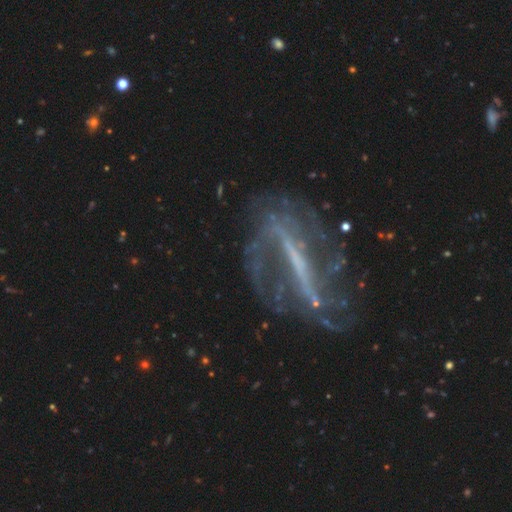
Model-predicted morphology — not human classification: smooth-or-featured: featured or disk: 81% | star or artifact: 11% | smooth: 8%
  disk-edge-on: no: 80% | yes: 20%
    bar: strong: 71% | weak: 19% | no: 10%
    has-spiral-arms: yes: 77% | no: 23%
      spiral-winding: loose: 46% | medium: 33% | tight: 22%
      spiral-arm-count: 2: 39% | can't tell: 35% | 3: 9% | 1: 7% | 4: 6% | more than 4: 5%
    bulge-size: none: 48% | small: 33% | moderate: 14% | large: 3% | dominant: 1%
  merging: none: 57% | major disturbance: 21% | minor disturbance: 18% | merger: 4%